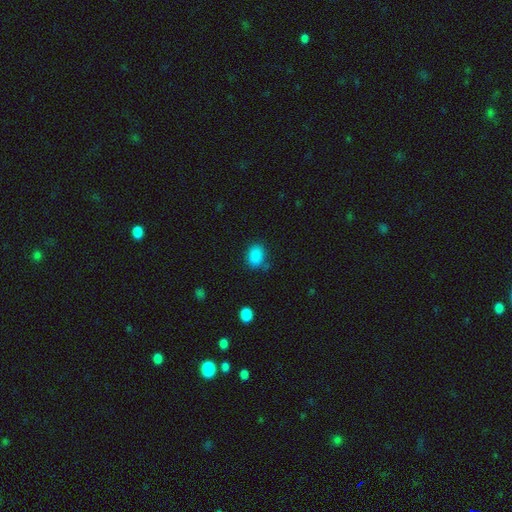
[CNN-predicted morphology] This appears to be a smooth galaxy with no disk features (87%) that is in between round and cigar-shaped (71%). Merging: none (76%).